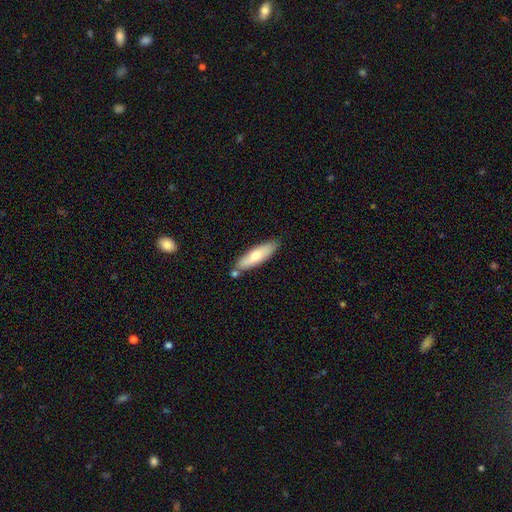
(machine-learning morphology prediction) Overall: smooth (64%; featured or disk 30%). How rounded: cigar-shaped (60%; in between 38%). Merging: none (74%).